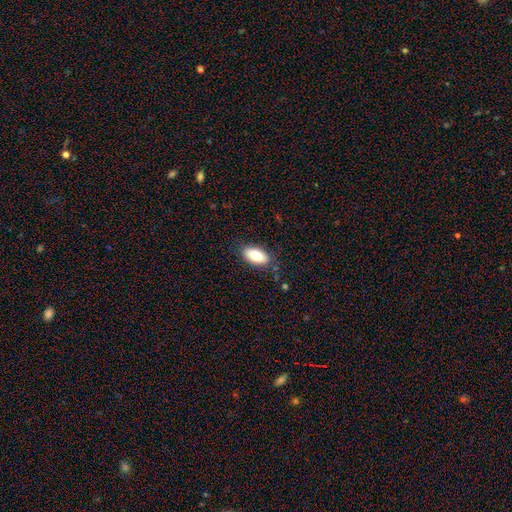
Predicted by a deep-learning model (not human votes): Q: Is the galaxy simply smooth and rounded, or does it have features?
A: smooth — 80%.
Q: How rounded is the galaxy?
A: in between — 90%.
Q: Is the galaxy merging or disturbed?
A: none — 84%.